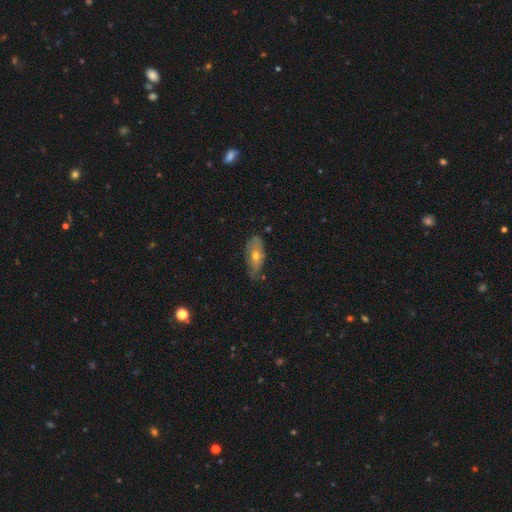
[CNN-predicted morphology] smooth-or-featured: smooth: 48% | featured or disk: 44% | star or artifact: 8%
  merging: none: 62% | minor disturbance: 30% | major disturbance: 6% | merger: 2%